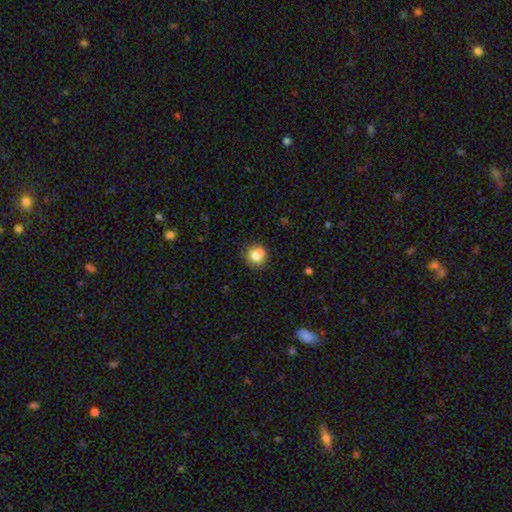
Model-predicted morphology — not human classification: smooth_or_featured: smooth (p=0.73) [alt: featured or disk p=0.16]
how_rounded: round (p=0.84) [alt: in between p=0.16]
merging: none (p=0.56) [alt: merger p=0.30]